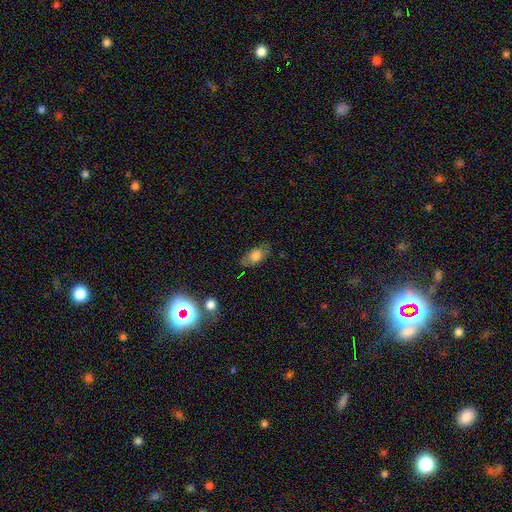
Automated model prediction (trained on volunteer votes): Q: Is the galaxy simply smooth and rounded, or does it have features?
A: smooth — 69%.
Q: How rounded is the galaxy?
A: in between — 87%.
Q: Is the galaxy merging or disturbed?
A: none — 74%.